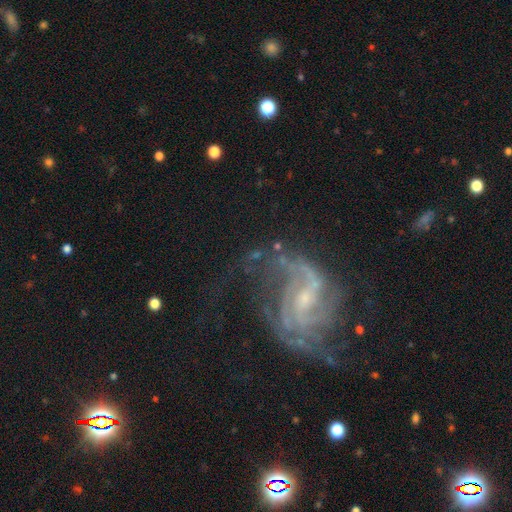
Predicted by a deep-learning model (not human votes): Overall: featured or disk (82%). Edge-on disk: no (97%). Bar: weak (46%; no 36%). Spiral arms: yes (94%). Spiral arm count: 2 (43%; can't tell 20%). Spiral winding: medium (48%; tight 32%). Bulge size: small (66%). Merging: none (55%; major disturbance 21%).